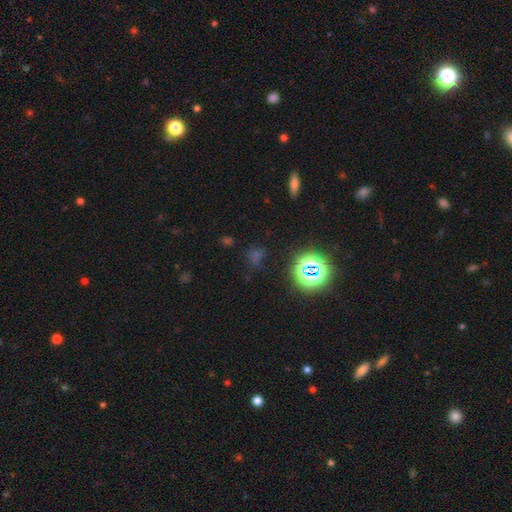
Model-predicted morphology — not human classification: Smooth or featured? Predicted: star or artifact (p=0.59).